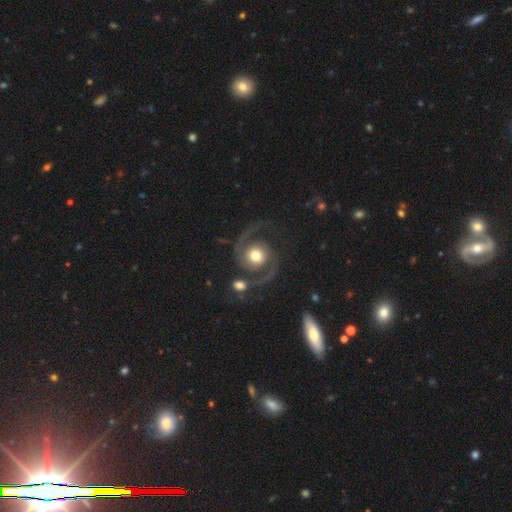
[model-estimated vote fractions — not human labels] This appears to be a featured or disk galaxy (90%) with no bar (75%), 2 (94%) medium (57%) spiral arms (98%) and a moderate central bulge (66%). Merging: none (71%).